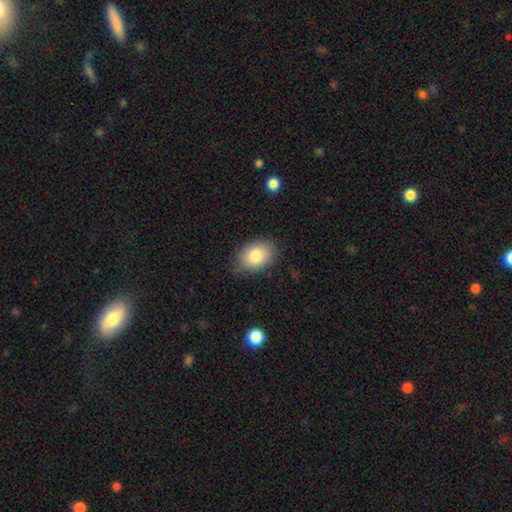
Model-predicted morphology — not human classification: Smooth or featured?
  - smooth: 83% *
  - featured or disk: 10%
  - star or artifact: 8%
How rounded?
  - in between: 81% *
  - round: 18%
  - cigar-shaped: 1%
Merging?
  - none: 79% *
  - minor disturbance: 16%
  - major disturbance: 3%
  - merger: 1%